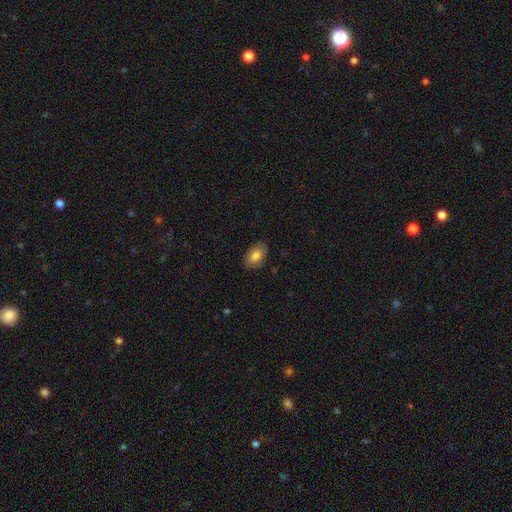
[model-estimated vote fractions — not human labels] Q: Smooth or featured?
A: smooth (81%); runner-up: featured or disk (12%)
Q: How rounded?
A: in between (91%); runner-up: round (7%)
Q: Merging?
A: none (84%); runner-up: minor disturbance (13%)